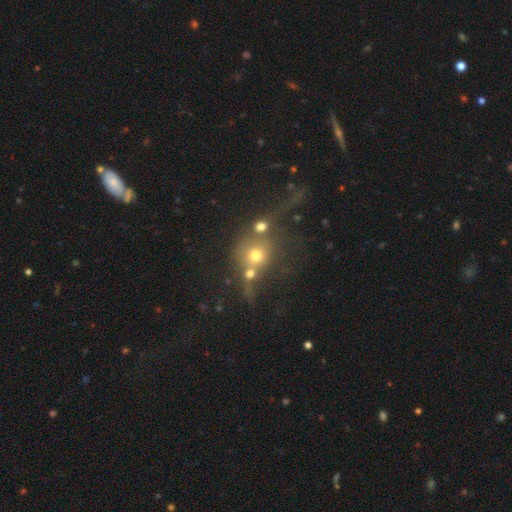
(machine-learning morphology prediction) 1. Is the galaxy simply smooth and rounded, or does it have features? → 58% smooth, 22% featured or disk, 20% star or artifact.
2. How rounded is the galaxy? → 83% round, 15% in between, 2% cigar-shaped.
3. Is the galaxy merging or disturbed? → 44% merger, 33% none, 14% major disturbance, 9% minor disturbance.